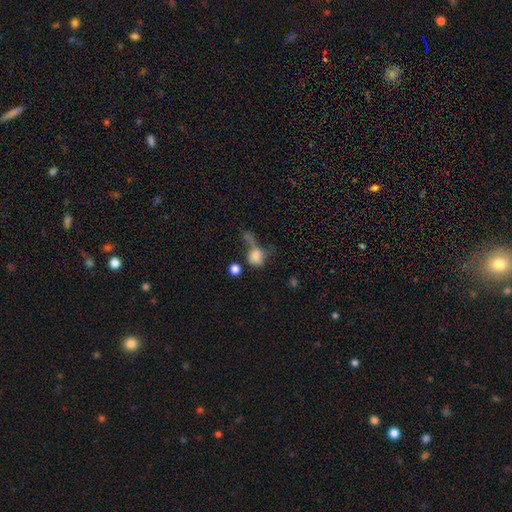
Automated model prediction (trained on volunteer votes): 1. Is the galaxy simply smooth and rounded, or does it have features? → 72% smooth, 16% featured or disk, 13% star or artifact.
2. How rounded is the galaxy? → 60% round, 37% in between, 3% cigar-shaped.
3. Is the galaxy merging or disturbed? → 33% major disturbance, 28% merger, 24% none, 15% minor disturbance.